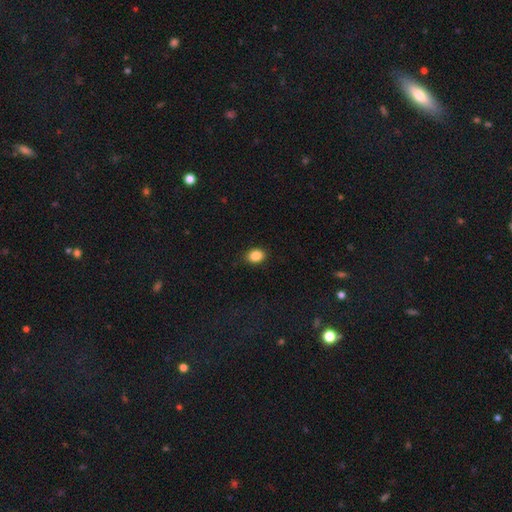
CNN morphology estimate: The model was most divided on "how rounded": in between: 58%, round: 41%, cigar-shaped: 1%. More confident: merging — none (88%); smooth or featured — smooth (87%).